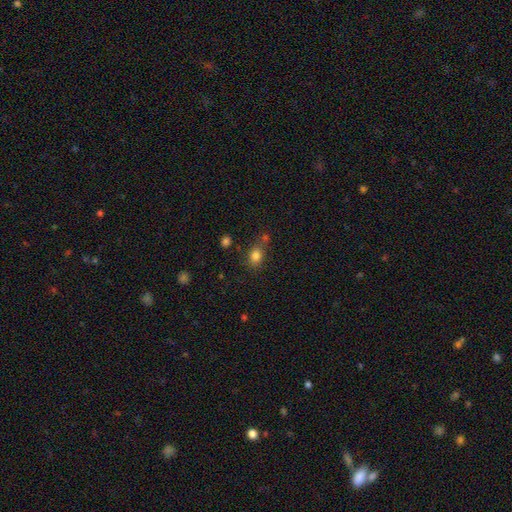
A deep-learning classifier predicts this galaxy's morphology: A smooth galaxy with no disk features (80%) that is in between round and cigar-shaped (53%).

Vote fractions:
- Smooth or featured? smooth: 80% / star or artifact: 12% / featured or disk: 7%
- How rounded? in between: 53% / round: 45% / cigar-shaped: 2%
- Merging? none: 61% / merger: 16% / minor disturbance: 16% / major disturbance: 6%